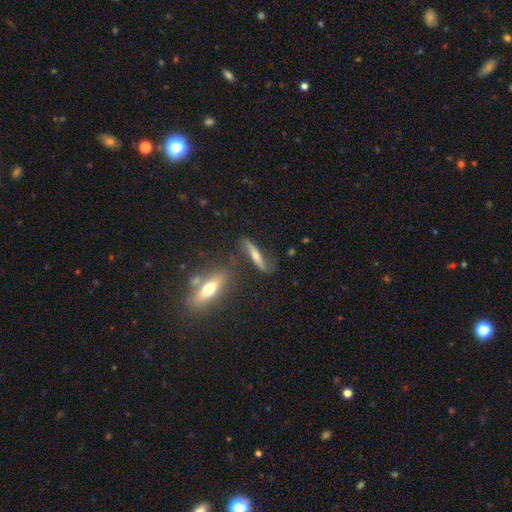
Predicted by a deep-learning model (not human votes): featured or disk 52%, smooth 39%, star or artifact 8%. Down the decision tree: edge-on disk — yes (67%); merging — none (64%).